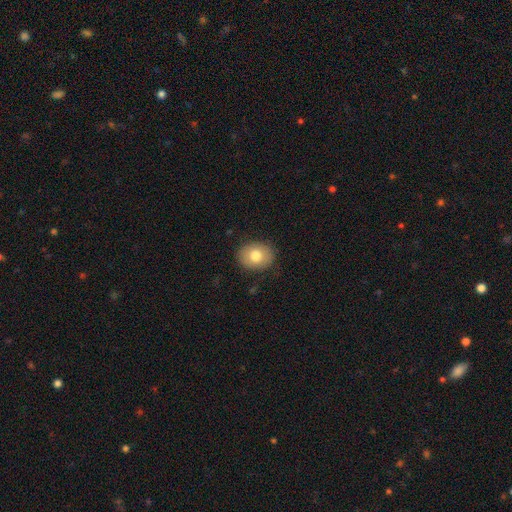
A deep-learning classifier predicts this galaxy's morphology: smooth_or_featured: smooth (p=0.77) [alt: featured or disk p=0.15]
how_rounded: in between (p=0.55) [alt: round p=0.44]
merging: none (p=0.87) [alt: minor disturbance p=0.10]